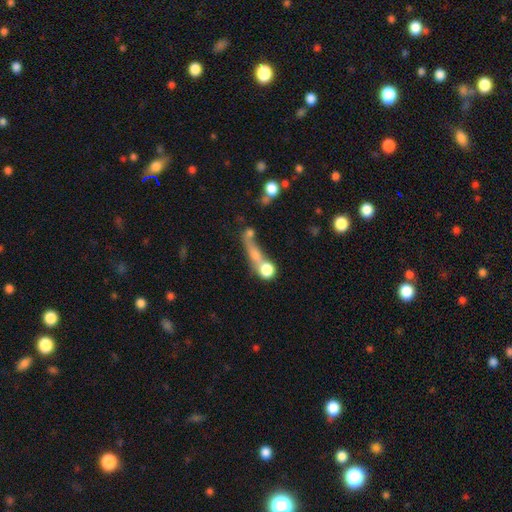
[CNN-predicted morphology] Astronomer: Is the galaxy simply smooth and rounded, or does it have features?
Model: smooth — 59%.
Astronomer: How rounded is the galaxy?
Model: round — 42% (runner-up: cigar-shaped, 32%).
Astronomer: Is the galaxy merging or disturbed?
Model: merger — 47% (runner-up: none, 25%).